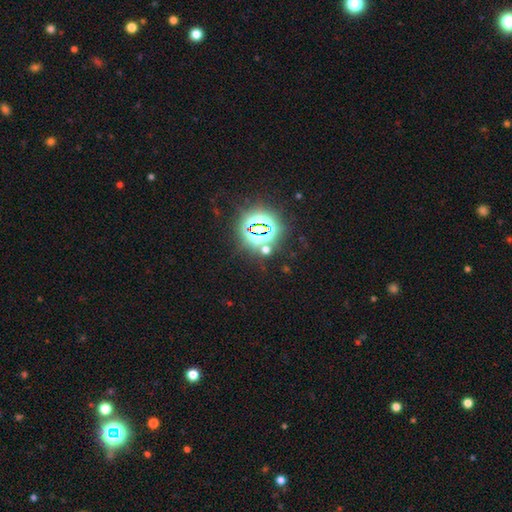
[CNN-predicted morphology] Smooth or featured? Predicted: star or artifact (p=0.83).